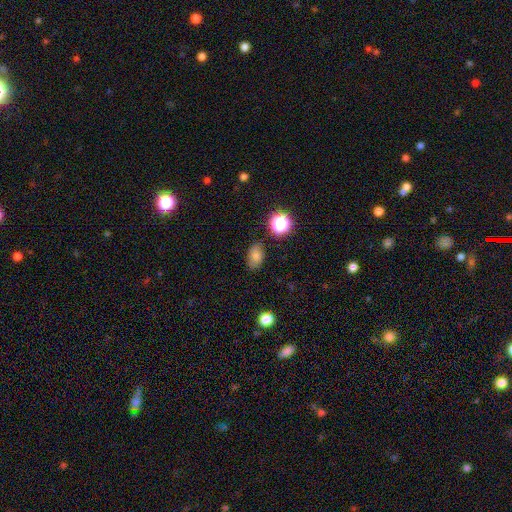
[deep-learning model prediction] Smooth or featured: smooth — 77% (star or artifact — 14%)
How rounded: in between — 83% (round — 15%)
Merging: none — 79% (minor disturbance — 15%)